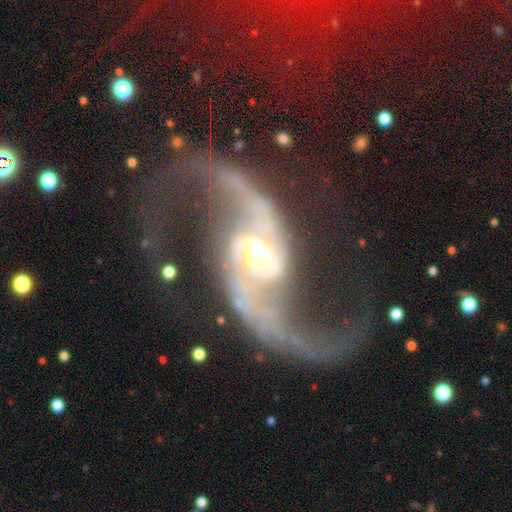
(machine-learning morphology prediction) Overall: featured or disk (93%). Edge-on disk: no (98%). Bar: weak (38%; no 33%). Spiral arms: yes (98%). Spiral arm count: 2 (95%). Spiral winding: loose (66%; medium 28%). Bulge size: moderate (46%; small 44%). Merging: none (71%).